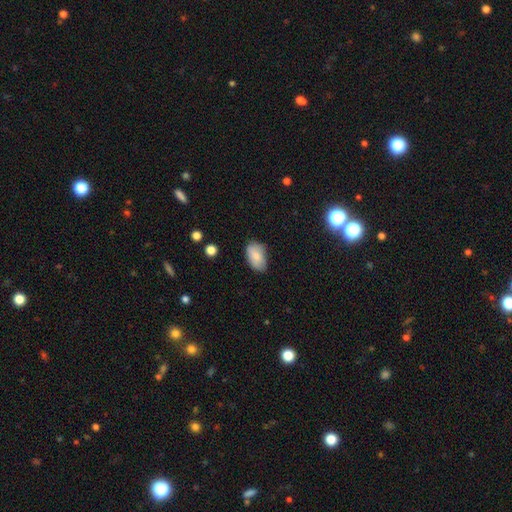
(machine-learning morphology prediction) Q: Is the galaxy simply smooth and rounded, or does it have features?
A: smooth — 79%.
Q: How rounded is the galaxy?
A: in between — 91%.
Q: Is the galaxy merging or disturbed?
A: none — 71%.